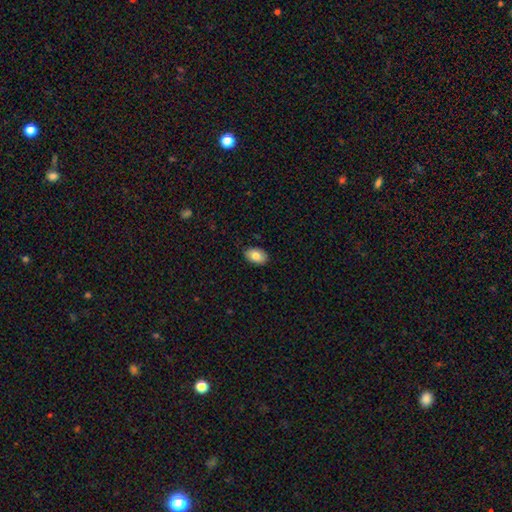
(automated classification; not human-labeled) A smooth galaxy with no disk features (82%) that is in between round and cigar-shaped (89%).

Vote fractions:
- Smooth or featured? smooth: 82% / featured or disk: 10% / star or artifact: 7%
- How rounded? in between: 89% / round: 10% / cigar-shaped: 1%
- Merging? none: 86% / minor disturbance: 11% / major disturbance: 2% / merger: 1%